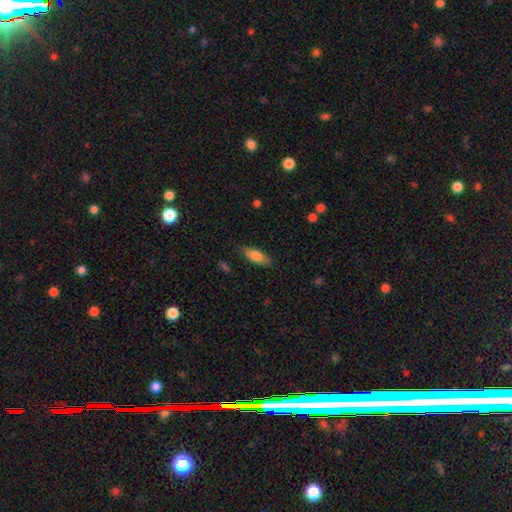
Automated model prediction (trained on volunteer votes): A smooth galaxy with no disk features (69%) that is in between round and cigar-shaped (63%).

Vote fractions:
- Smooth or featured? smooth: 69% / featured or disk: 24% / star or artifact: 7%
- How rounded? in between: 63% / cigar-shaped: 34% / round: 3%
- Merging? none: 82% / minor disturbance: 14% / major disturbance: 3% / merger: 1%